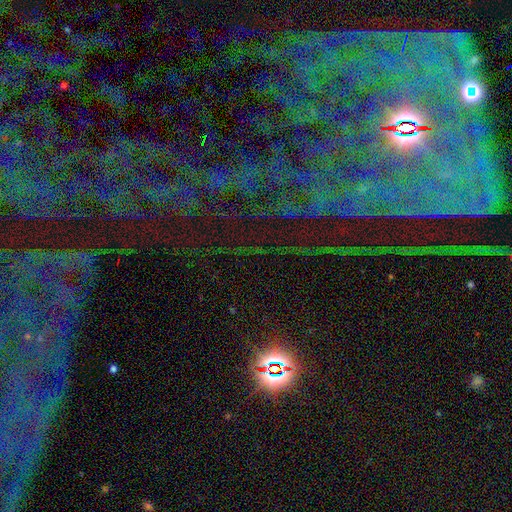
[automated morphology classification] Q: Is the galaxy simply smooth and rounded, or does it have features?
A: star or artifact — 78%.